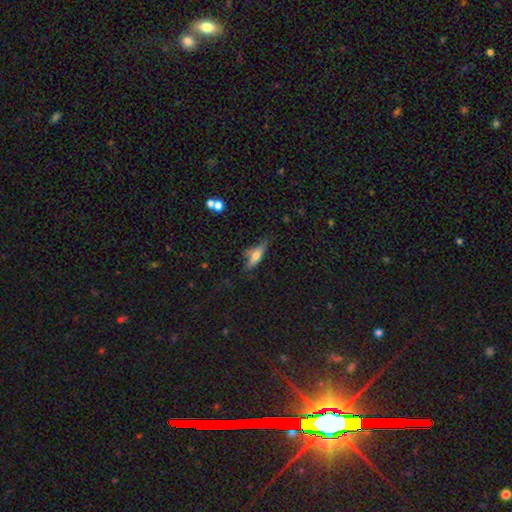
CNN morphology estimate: Smooth or featured: smooth — 54% (featured or disk — 38%)
How rounded: cigar-shaped — 54% (in between — 43%)
Merging: none — 64% (minor disturbance — 25%)